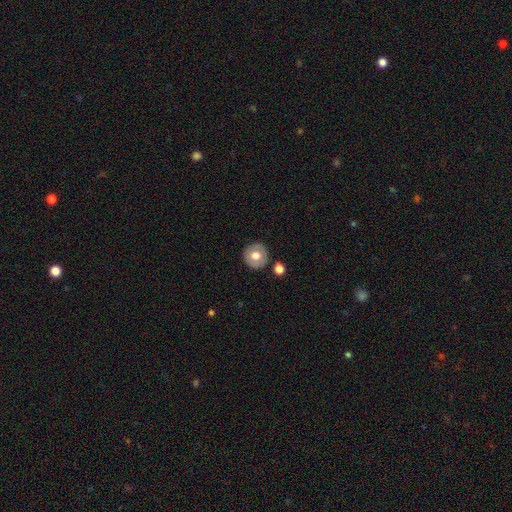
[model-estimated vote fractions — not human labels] smooth-or-featured: smooth: 69% | featured or disk: 23% | star or artifact: 8%
  how-rounded: round: 92% | in between: 7% | cigar-shaped: 1%
  merging: none: 85% | minor disturbance: 8% | merger: 5% | major disturbance: 2%